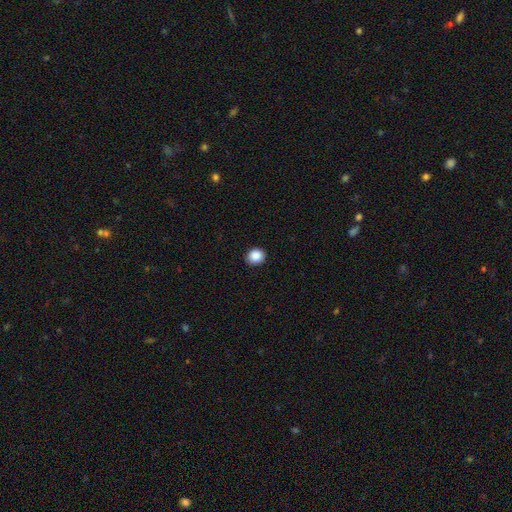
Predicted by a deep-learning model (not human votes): smooth-or-featured: smooth: 89% | star or artifact: 9% | featured or disk: 3%
  how-rounded: round: 81% | in between: 18% | cigar-shaped: 1%
  merging: none: 91% | minor disturbance: 7% | major disturbance: 2% | merger: 1%